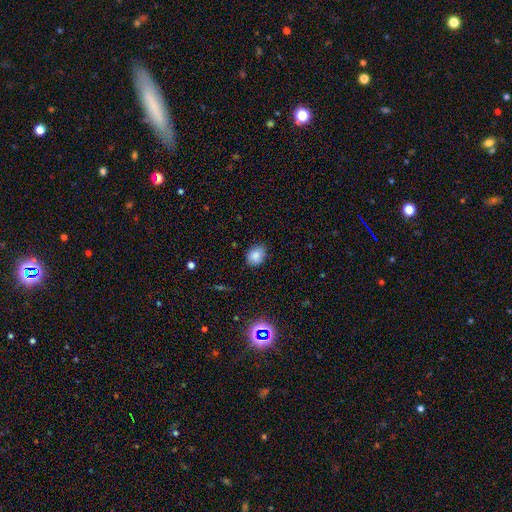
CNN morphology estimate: This appears to be a smooth galaxy with no disk features (83%) that is in between round and cigar-shaped (58%). Merging: none (84%).